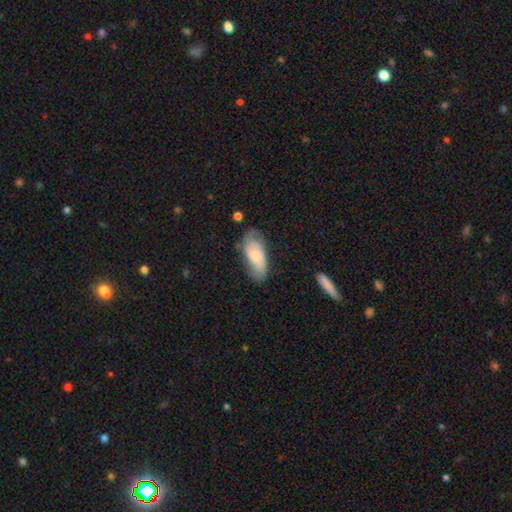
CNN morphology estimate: This appears to be a smooth galaxy with no disk features (57%) that is in between round and cigar-shaped (88%). Merging: none (58%).